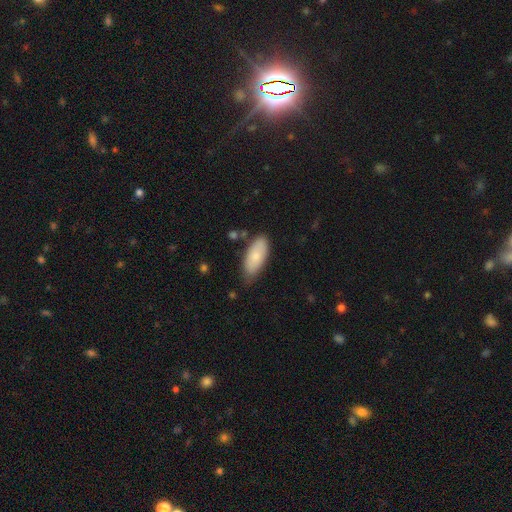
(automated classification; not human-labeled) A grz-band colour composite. It shows a smooth galaxy with no disk features (79%) that is in between round and cigar-shaped (88%). Merging: none (68%).